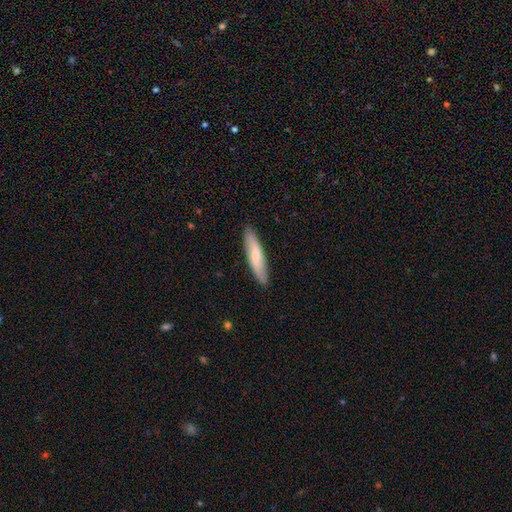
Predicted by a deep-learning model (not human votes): A smooth galaxy with no disk features (65%) that is cigar-shaped (82%).

Vote fractions:
- Smooth or featured? smooth: 65% / featured or disk: 30% / star or artifact: 5%
- How rounded? cigar-shaped: 82% / in between: 17% / round: 2%
- Merging? none: 89% / minor disturbance: 9% / major disturbance: 2% / merger: 1%